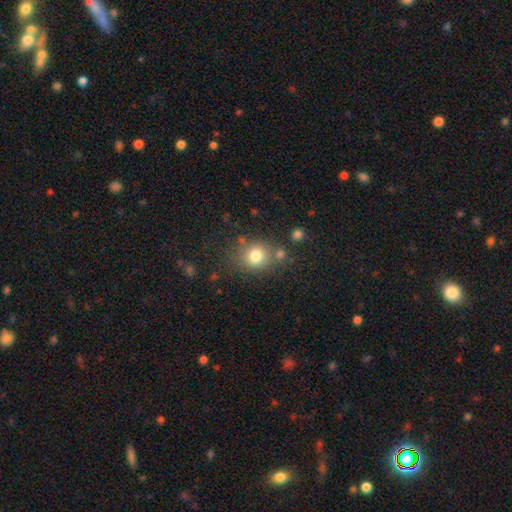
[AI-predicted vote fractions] Smooth or featured?
  - smooth: 79% *
  - star or artifact: 12%
  - featured or disk: 9%
How rounded?
  - round: 77% *
  - in between: 22%
  - cigar-shaped: 1%
Merging?
  - none: 71% *
  - minor disturbance: 13%
  - merger: 11%
  - major disturbance: 5%